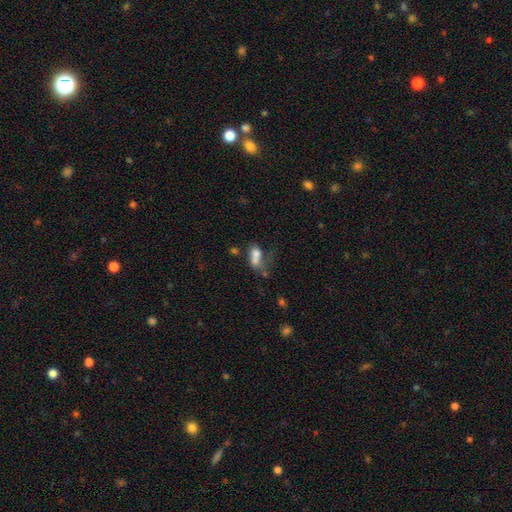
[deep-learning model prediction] A smooth galaxy with no disk features (68%) that is in between round and cigar-shaped (77%).

Vote fractions:
- Smooth or featured? smooth: 68% / featured or disk: 19% / star or artifact: 13%
- How rounded? in between: 77% / round: 15% / cigar-shaped: 8%
- Merging? merger: 41% / major disturbance: 24% / none: 21% / minor disturbance: 15%